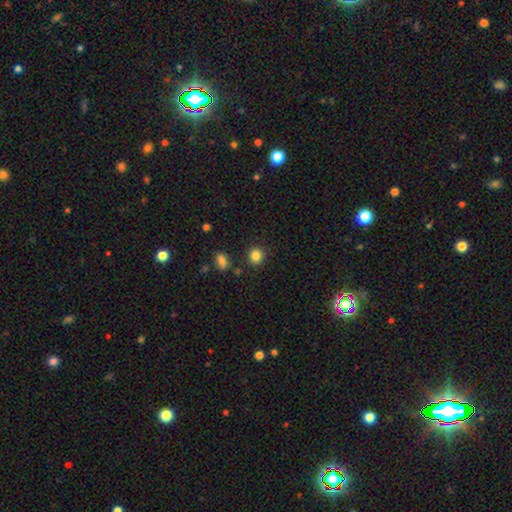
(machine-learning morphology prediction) Smooth or featured? Predicted: smooth (p=0.84). How rounded? Predicted: round (p=0.84). Merging? Predicted: none (p=0.88).